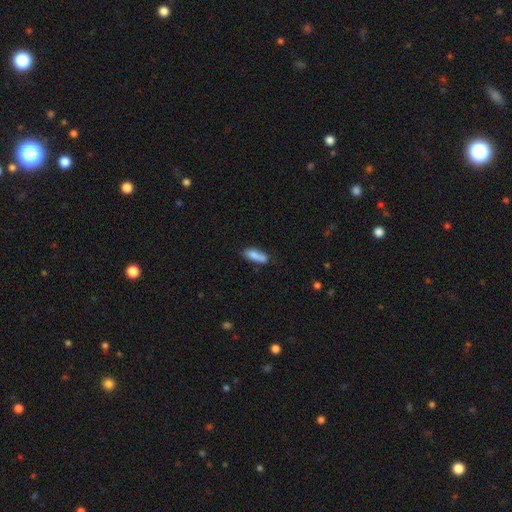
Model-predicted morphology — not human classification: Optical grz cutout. It shows a smooth galaxy with no disk features (81%) that is in between round and cigar-shaped (52%). Merging: none (63%).